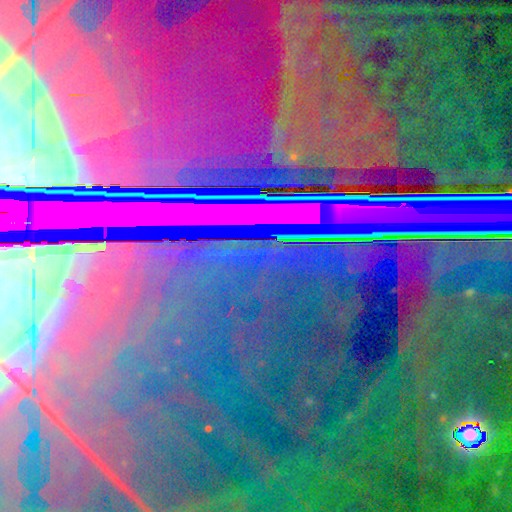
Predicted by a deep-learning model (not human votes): Smooth or featured? star or artifact (88%)